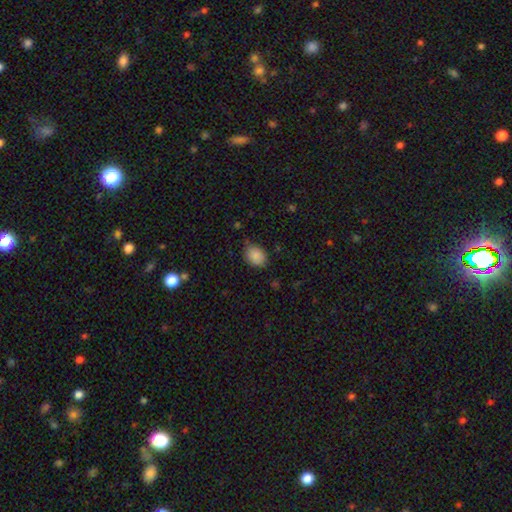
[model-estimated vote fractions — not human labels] Smooth or featured?
  - smooth: 87% *
  - star or artifact: 8%
  - featured or disk: 5%
How rounded?
  - in between: 59% *
  - round: 40%
  - cigar-shaped: 1%
Merging?
  - none: 78% *
  - minor disturbance: 17%
  - major disturbance: 3%
  - merger: 1%